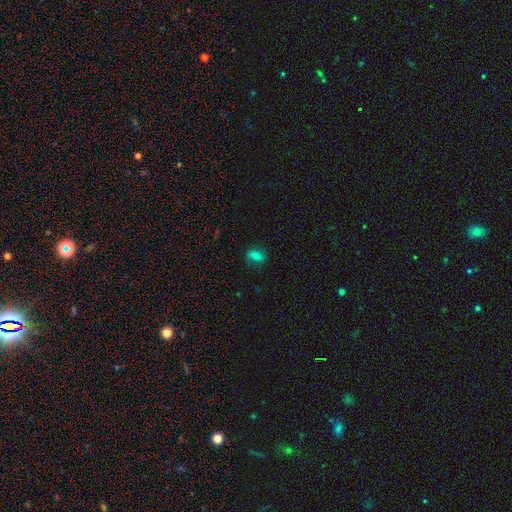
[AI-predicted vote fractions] The model was most divided on "smooth or featured": smooth: 69%, featured or disk: 17%, star or artifact: 14%. More confident: how rounded — in between (78%); merging — none (77%).